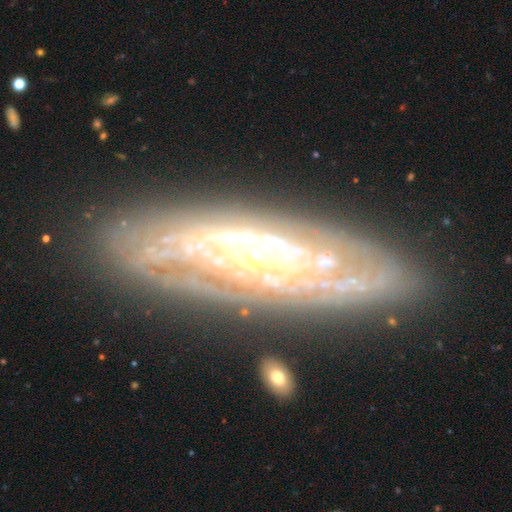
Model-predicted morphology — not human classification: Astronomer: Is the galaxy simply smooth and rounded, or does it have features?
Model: featured or disk — 80%.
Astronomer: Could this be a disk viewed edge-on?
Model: no — 74%.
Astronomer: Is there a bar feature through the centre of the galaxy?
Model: no — 79%.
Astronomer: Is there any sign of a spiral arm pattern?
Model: yes — 63%.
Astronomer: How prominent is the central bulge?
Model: small — 53% (runner-up: moderate, 38%).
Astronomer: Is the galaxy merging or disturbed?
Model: none — 73%.